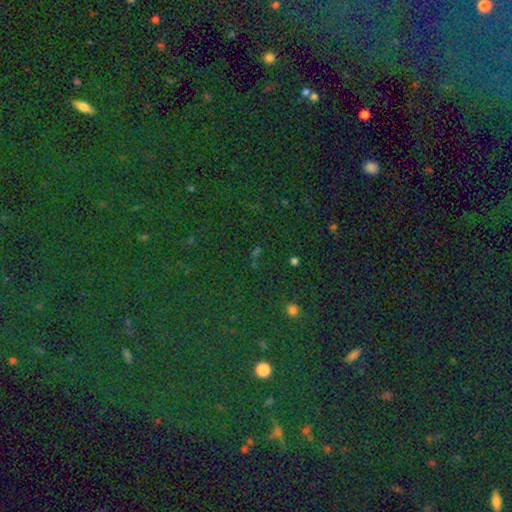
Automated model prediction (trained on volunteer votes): Smooth or featured?
  - star or artifact: 79% *
  - smooth: 13%
  - featured or disk: 7%